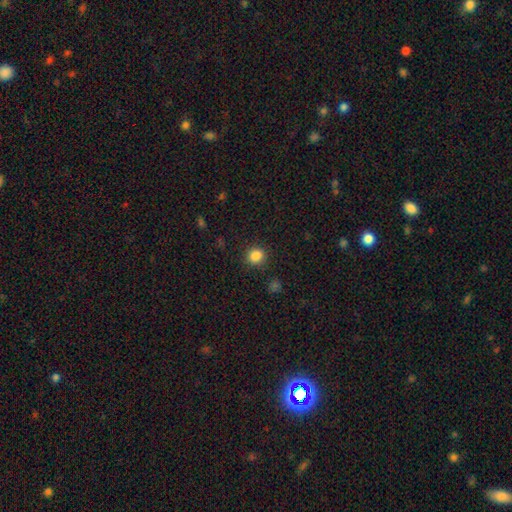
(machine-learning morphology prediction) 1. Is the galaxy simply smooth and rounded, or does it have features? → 85% smooth, 11% star or artifact, 4% featured or disk.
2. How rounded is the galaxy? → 86% round, 13% in between, 1% cigar-shaped.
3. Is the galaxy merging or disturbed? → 89% none, 7% minor disturbance, 3% major disturbance, 1% merger.